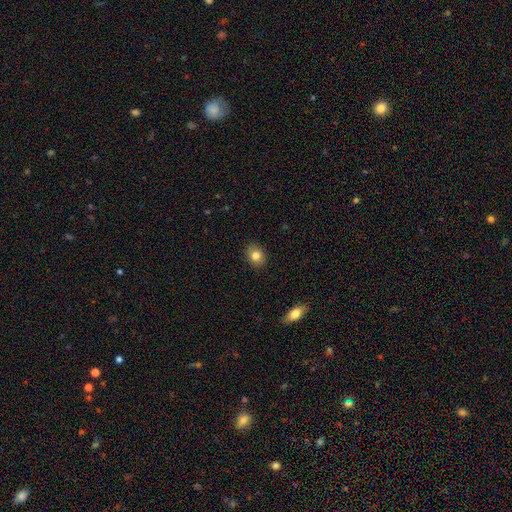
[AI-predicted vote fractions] Smooth or featured? Predicted: smooth (p=0.81). How rounded? Predicted: round (p=0.60). Merging? Predicted: none (p=0.90).